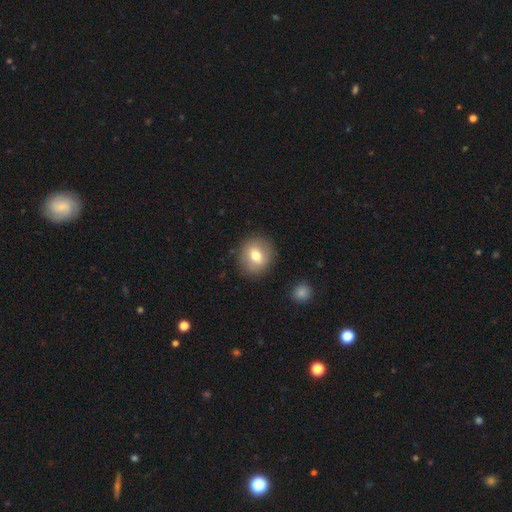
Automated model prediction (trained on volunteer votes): Smooth or featured? Predicted: smooth (p=0.69). How rounded? Predicted: round (p=0.79). Merging? Predicted: none (p=0.86).